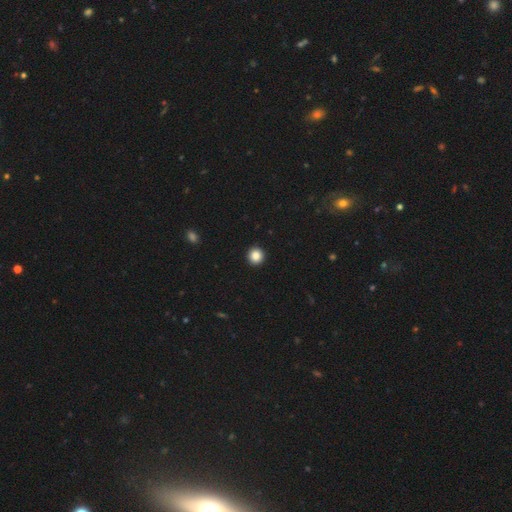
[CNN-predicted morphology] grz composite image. It shows a smooth galaxy with no disk features (86%) that is round (95%). Merging: none (94%).